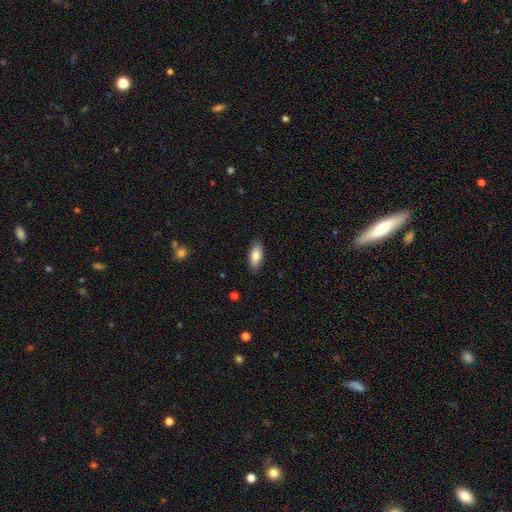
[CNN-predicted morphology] Q: Smooth or featured?
A: smooth (81%); runner-up: featured or disk (12%)
Q: How rounded?
A: in between (86%); runner-up: cigar-shaped (12%)
Q: Merging?
A: none (86%); runner-up: minor disturbance (11%)